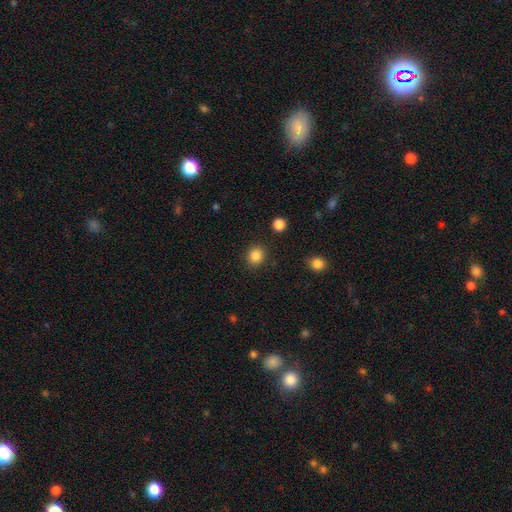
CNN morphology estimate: The model was most divided on "how rounded": round: 79%, in between: 20%, cigar-shaped: 1%. More confident: merging — none (89%); smooth or featured — smooth (86%).